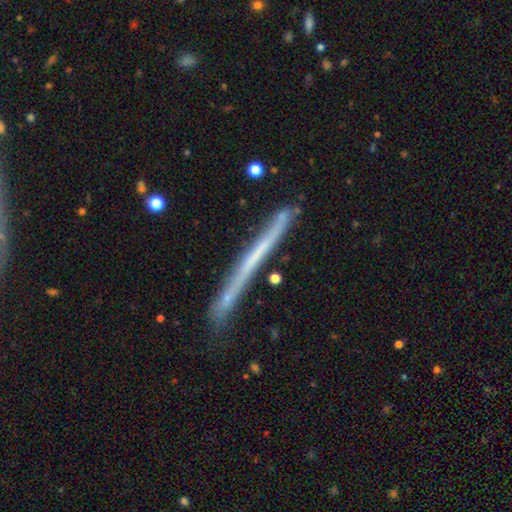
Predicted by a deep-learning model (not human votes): Smooth or featured? Predicted: featured or disk (p=0.57). Edge-on disk? Predicted: yes (p=0.96). Edge-on bulge? Predicted: none (p=0.93). Merging? Predicted: none (p=0.81).